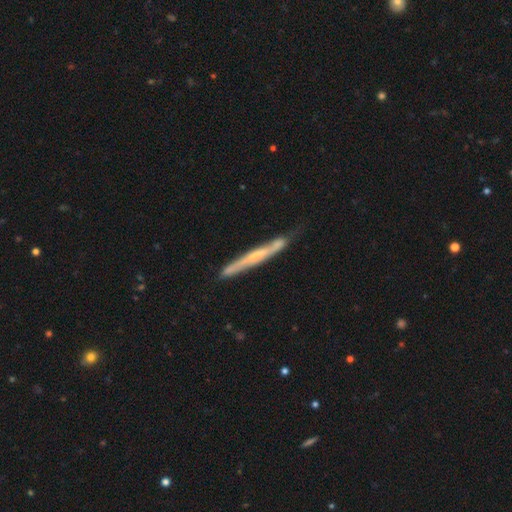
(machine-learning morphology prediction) This appears to be a featured or disk galaxy (59%) viewed edge-on (88%) with no central bulge (72%). Merging: none (66%).